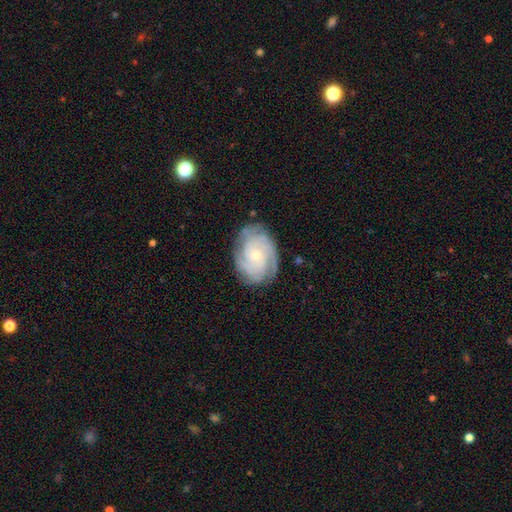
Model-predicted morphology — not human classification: The model was most divided on "spiral arm count": can't tell: 30%, 3: 25%, 4: 17%, 2: 16%, more than 4: 6%, 1: 6%. More confident: edge-on disk — no (97%); spiral arms — yes (96%); smooth or featured — featured or disk (81%); merging — none (78%); bar — no (76%); spiral winding — tight (68%); bulge size — small (67%).